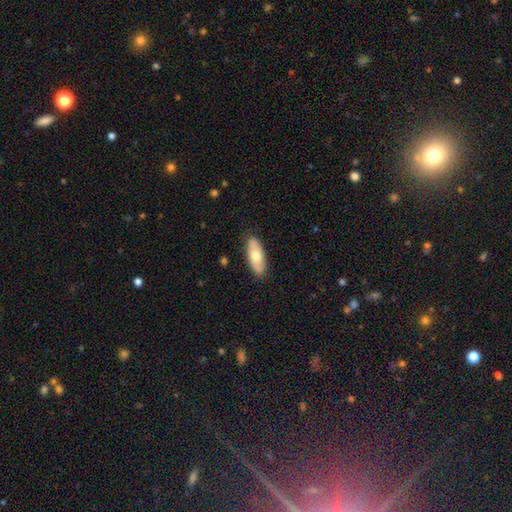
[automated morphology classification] smooth 68%, featured or disk 27%, star or artifact 5%. Down the decision tree: how rounded — in between (73%); merging — none (86%).